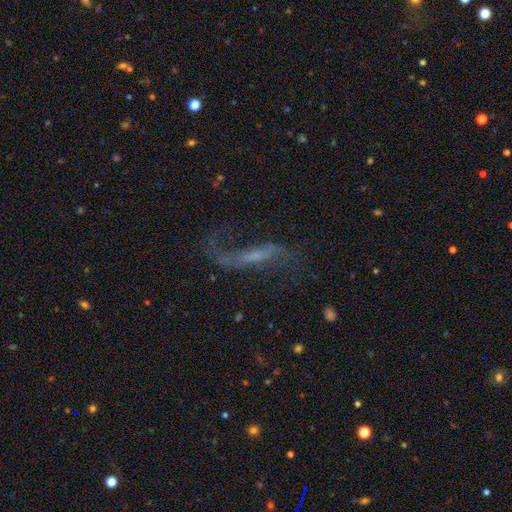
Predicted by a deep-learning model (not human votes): A featured or disk galaxy (78%) with a strong bar (42%), 2 (86%) loose (89%) spiral arms (89%) and a small central bulge (39%, tied with none).

Vote fractions:
- Smooth or featured? featured or disk: 78% / smooth: 12% / star or artifact: 9%
- Edge-on disk? no: 84% / yes: 16%
- Bar? strong: 42% / weak: 36% / no: 22%
- Spiral arms? yes: 89% / no: 11%
- Spiral winding? loose: 89% / medium: 8% / tight: 3%
- Spiral arm count? 2: 86% / 1: 8% / can't tell: 3% / 3: 1% / 4: 1% / more than 4: 1%
- Bulge size? small: 39% (tied) / none: 39% (tied) / moderate: 17% / large: 3% / dominant: 2%
- Merging? none: 60% / major disturbance: 20% / minor disturbance: 16% / merger: 3%